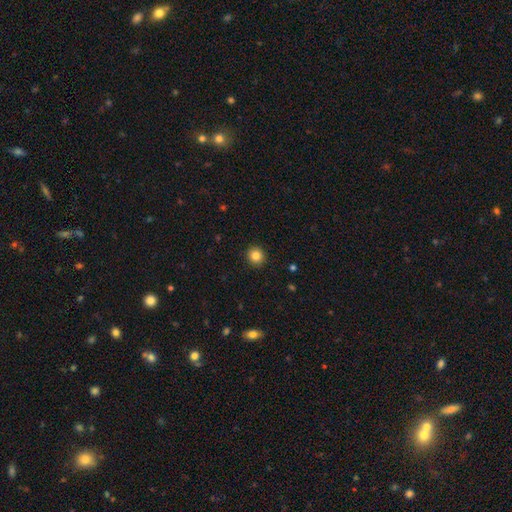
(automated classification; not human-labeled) Overall: smooth (84%). How rounded: round (93%). Merging: none (93%).